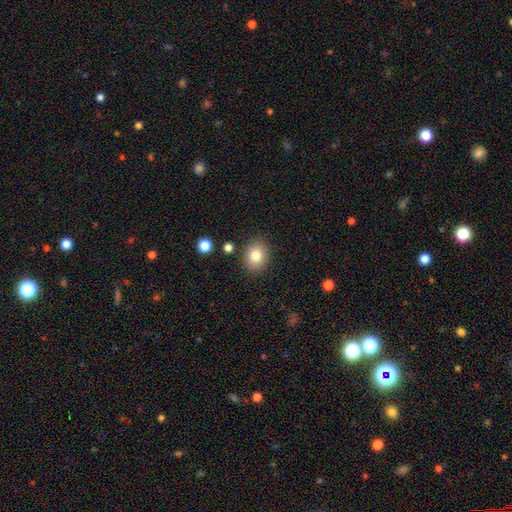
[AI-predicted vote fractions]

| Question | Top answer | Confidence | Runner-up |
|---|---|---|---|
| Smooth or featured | smooth | 80% | star or artifact (10%) |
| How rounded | in between | 52% | round (47%) |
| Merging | none | 86% | minor disturbance (9%) |